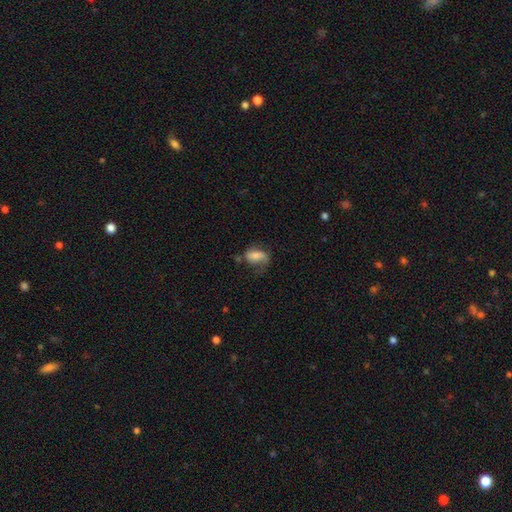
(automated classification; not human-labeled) Smooth or featured? smooth (60%)
How rounded? in between (85%)
Merging? none (35%)